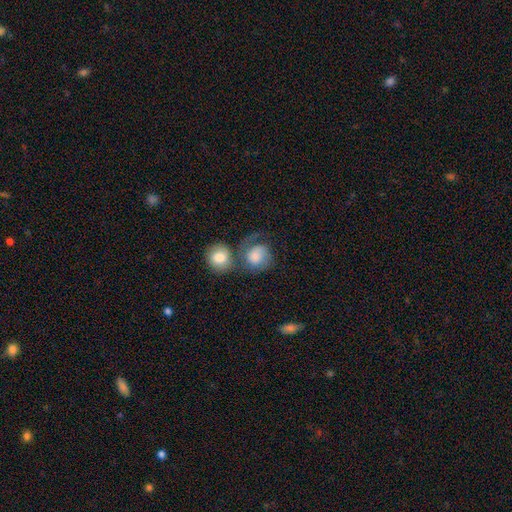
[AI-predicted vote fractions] Smooth or featured?
  - smooth: 68% *
  - featured or disk: 25%
  - star or artifact: 7%
How rounded?
  - round: 75% *
  - in between: 23%
  - cigar-shaped: 1%
Merging?
  - merger: 38% *
  - none: 30%
  - major disturbance: 18%
  - minor disturbance: 14%